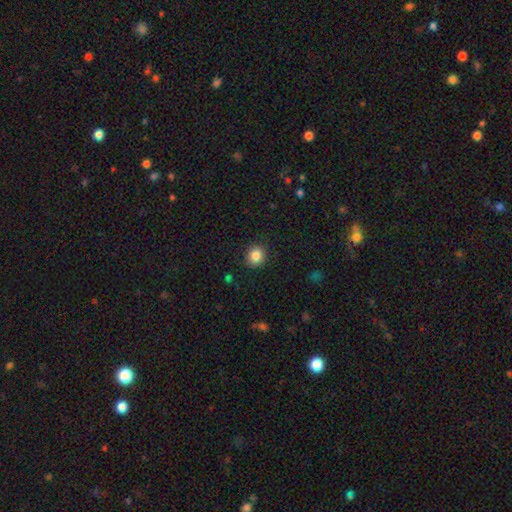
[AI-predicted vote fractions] A smooth galaxy with no disk features (85%) that is round (84%). Merging: none (90%).